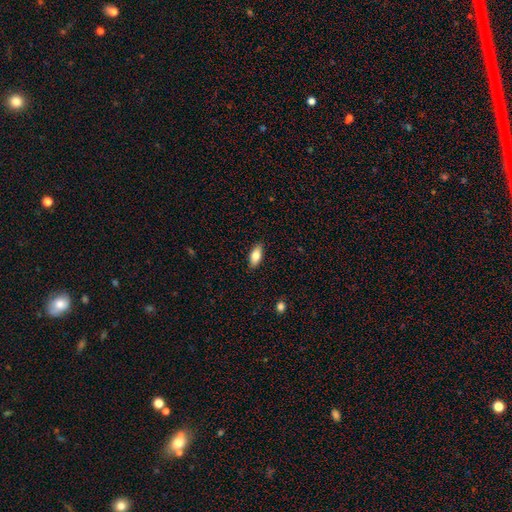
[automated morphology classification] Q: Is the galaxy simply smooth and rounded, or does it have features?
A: smooth — 81%.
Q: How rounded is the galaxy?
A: in between — 87%.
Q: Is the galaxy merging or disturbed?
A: none — 87%.